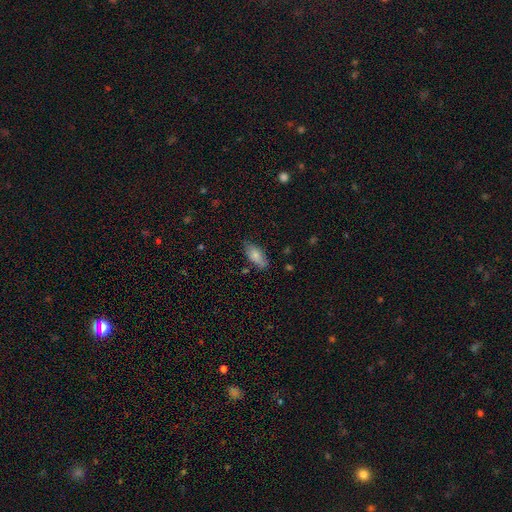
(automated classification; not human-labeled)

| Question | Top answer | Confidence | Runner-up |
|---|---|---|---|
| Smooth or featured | smooth | 80% | featured or disk (13%) |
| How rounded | in between | 87% | cigar-shaped (11%) |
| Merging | none | 77% | minor disturbance (18%) |